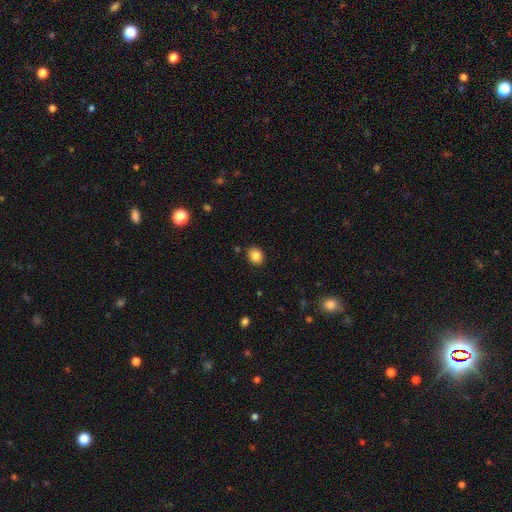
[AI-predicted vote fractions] Morphology: type=smooth (85%); roundness=round (50%); merging=none (89%).